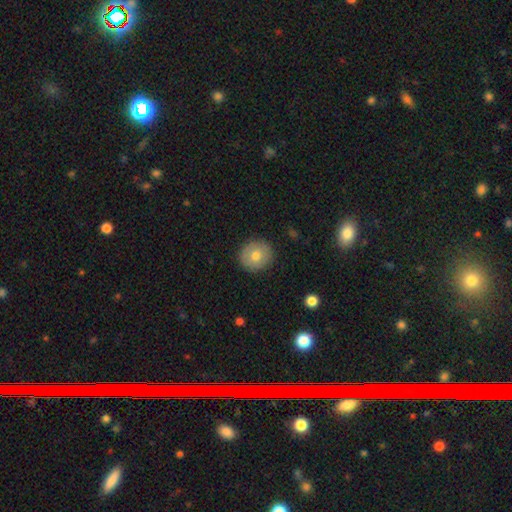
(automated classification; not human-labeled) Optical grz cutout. It shows a smooth galaxy with no disk features (71%) that is round (91%). Merging: none (90%).